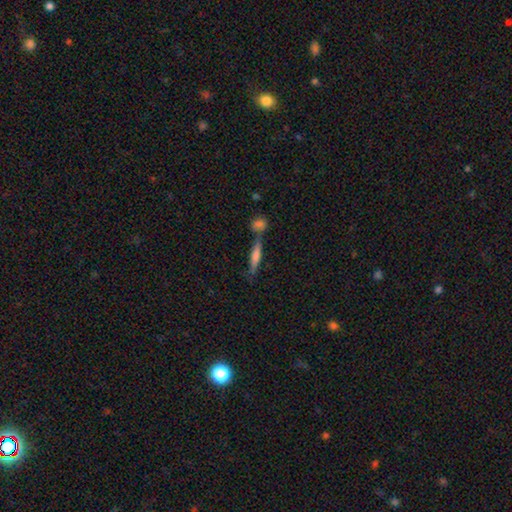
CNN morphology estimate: The model was most divided on "smooth or featured": smooth: 53%, featured or disk: 39%, star or artifact: 8%. More confident: how rounded — cigar-shaped (85%); merging — none (65%).